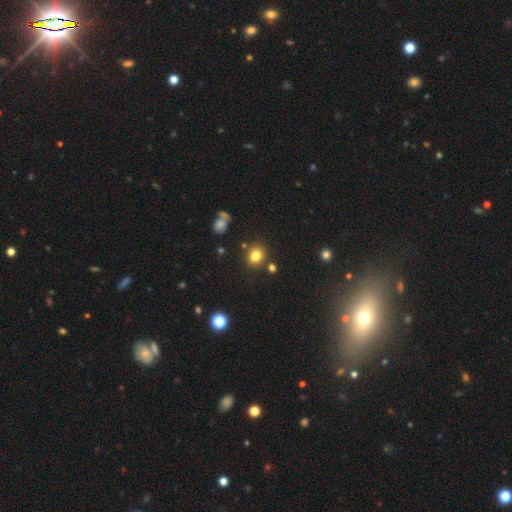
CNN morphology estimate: Smooth or featured: smooth — 80% (star or artifact — 13%)
How rounded: round — 59% (in between — 40%)
Merging: none — 79% (minor disturbance — 11%)